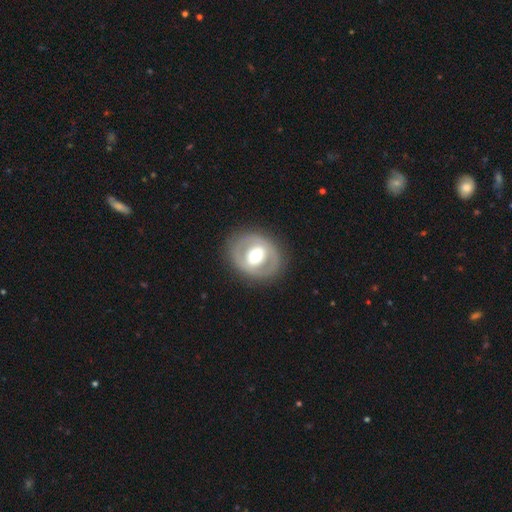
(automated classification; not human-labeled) Smooth or featured?
  - featured or disk: 58% *
  - smooth: 36%
  - star or artifact: 6%
Edge-on disk?
  - no: 94% *
  - yes: 6%
Bar?
  - no: 50% *
  - weak: 29%
  - strong: 21%
Spiral arms?
  - no: 81% *
  - yes: 19%
Bulge size?
  - moderate: 59% *
  - large: 34%
  - small: 4%
  - dominant: 3%
  - none: 1%
Merging?
  - none: 83% *
  - minor disturbance: 11%
  - major disturbance: 6%
  - merger: 1%